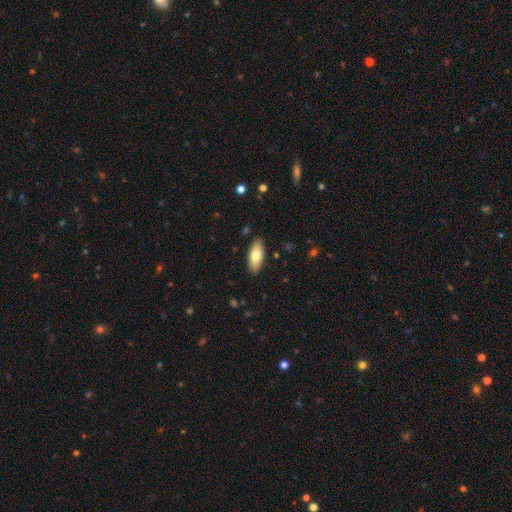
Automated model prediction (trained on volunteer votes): A smooth galaxy with no disk features (75%) that is in between round and cigar-shaped (82%).

Vote fractions:
- Smooth or featured? smooth: 75% / featured or disk: 19% / star or artifact: 6%
- How rounded? in between: 82% / cigar-shaped: 16% / round: 2%
- Merging? none: 89% / minor disturbance: 8% / major disturbance: 2% / merger: 1%